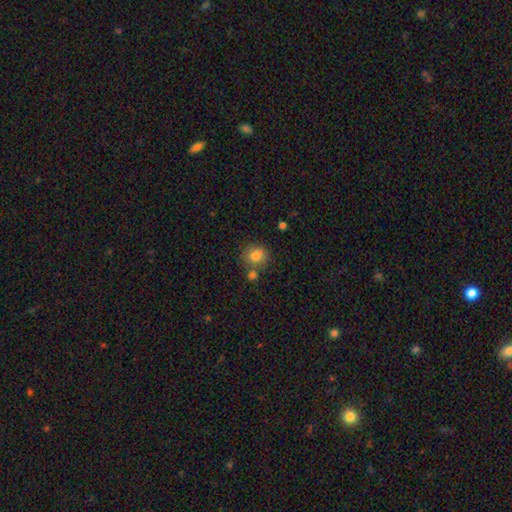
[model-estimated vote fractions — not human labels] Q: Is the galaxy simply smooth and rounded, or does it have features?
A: smooth — 79%.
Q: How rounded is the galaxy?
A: round — 71%.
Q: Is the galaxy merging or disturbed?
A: none — 58%.